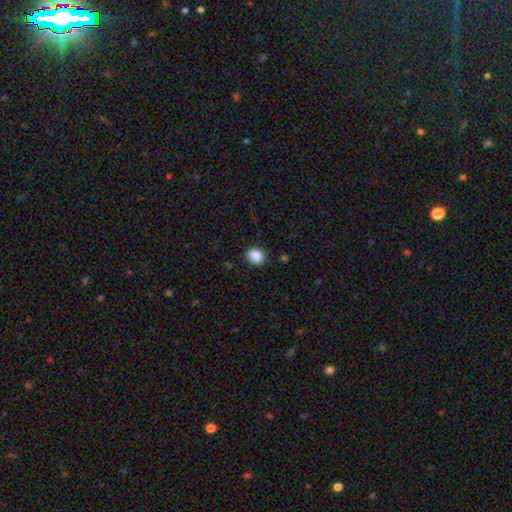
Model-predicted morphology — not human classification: This appears to be a smooth galaxy with no disk features (88%) that is round (56%). Merging: none (84%).